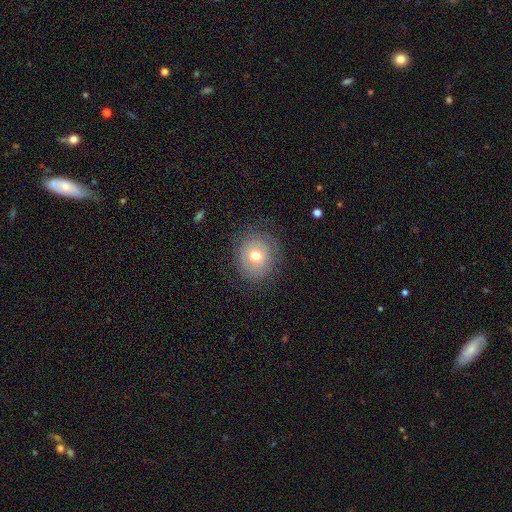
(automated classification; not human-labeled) This is possibly a smooth galaxy (54%). How rounded: clearly round (83%). Merging: likely none (77%).